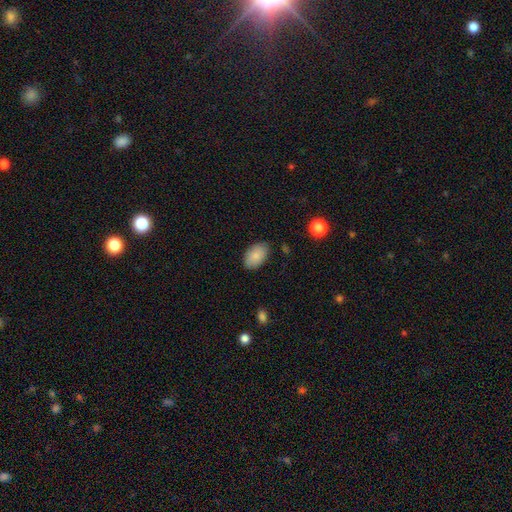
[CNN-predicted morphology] Smooth or featured? smooth (85%)
How rounded? in between (90%)
Merging? none (82%)